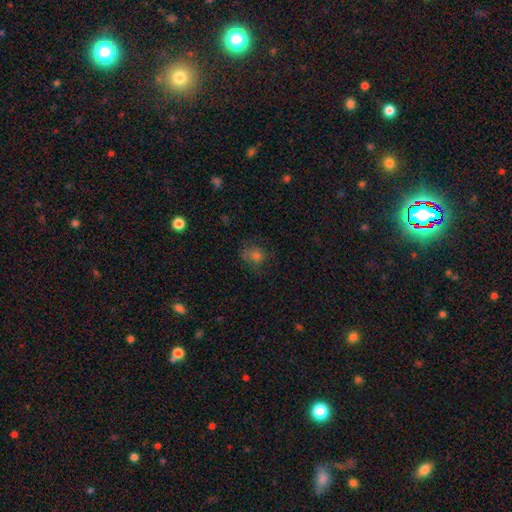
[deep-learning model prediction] smooth_or_featured: smooth (p=0.63) [alt: star or artifact p=0.22]
how_rounded: round (p=0.68) [alt: in between p=0.30]
merging: none (p=0.64) [alt: minor disturbance p=0.21]